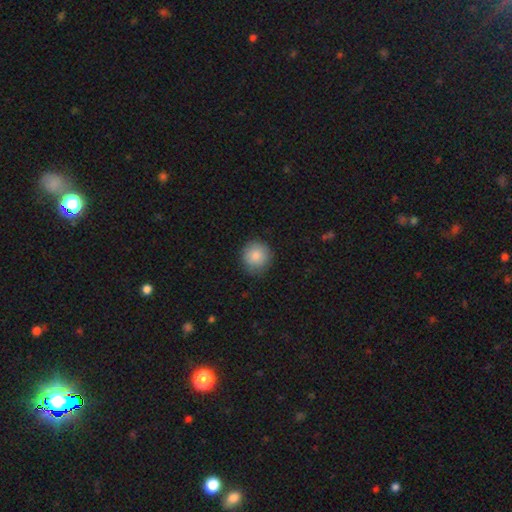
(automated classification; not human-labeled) A smooth galaxy with no disk features (86%) that is round (93%). Merging: none (84%).